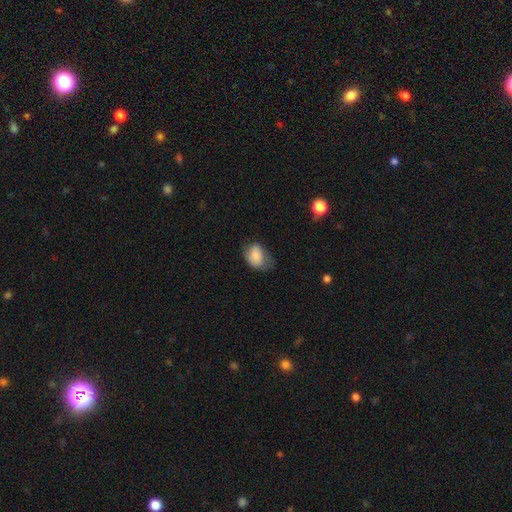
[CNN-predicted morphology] Smooth or featured: smooth — 81% (featured or disk — 11%)
How rounded: in between — 75% (round — 24%)
Merging: none — 46% (minor disturbance — 37%)